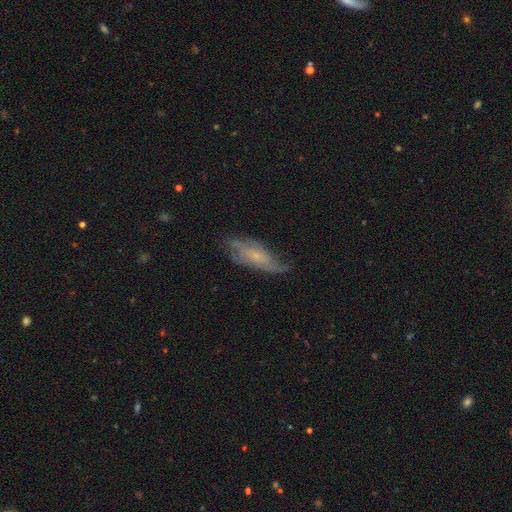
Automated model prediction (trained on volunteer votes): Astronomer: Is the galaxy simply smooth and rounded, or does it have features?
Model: featured or disk — 59%.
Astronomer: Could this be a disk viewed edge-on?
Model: no — 81%.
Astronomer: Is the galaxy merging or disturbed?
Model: none — 56%.